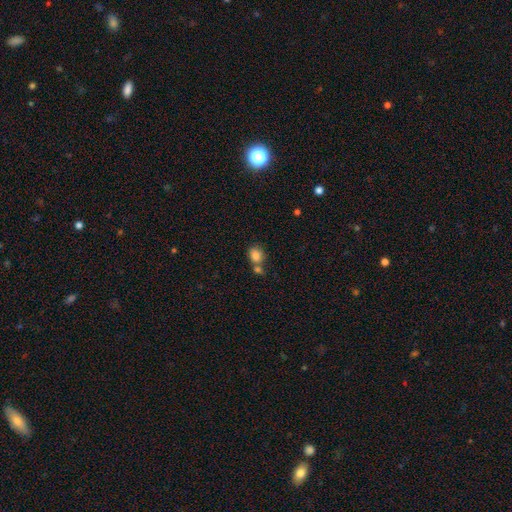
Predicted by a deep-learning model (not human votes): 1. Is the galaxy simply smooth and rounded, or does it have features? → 83% smooth, 10% star or artifact, 7% featured or disk.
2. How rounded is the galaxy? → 53% round, 45% in between, 1% cigar-shaped.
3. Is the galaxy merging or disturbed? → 50% none, 34% merger, 12% minor disturbance, 4% major disturbance.